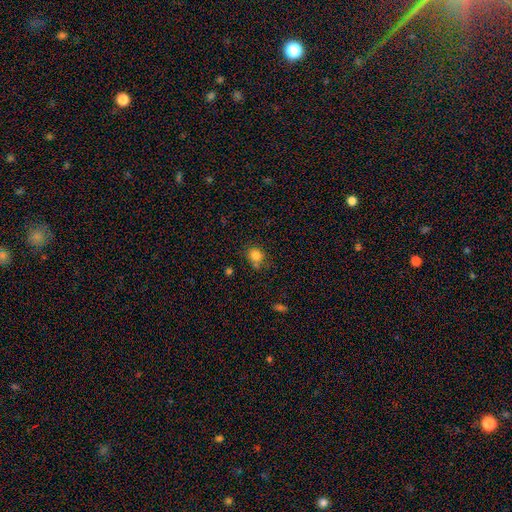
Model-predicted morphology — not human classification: Q: Smooth or featured?
A: smooth (81%); runner-up: star or artifact (12%)
Q: How rounded?
A: round (75%); runner-up: in between (24%)
Q: Merging?
A: none (64%); runner-up: minor disturbance (20%)